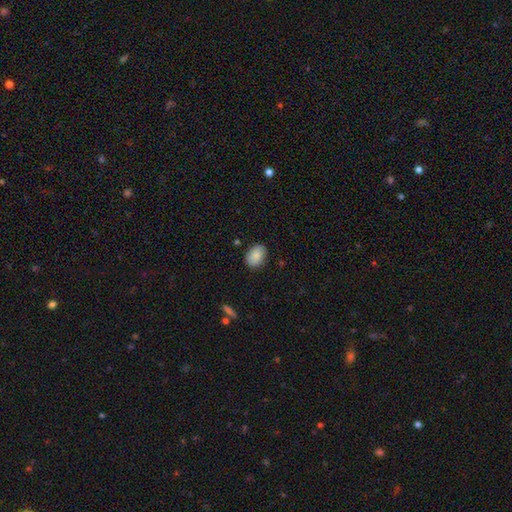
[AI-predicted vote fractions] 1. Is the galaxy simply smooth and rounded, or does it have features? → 86% smooth, 7% featured or disk, 7% star or artifact.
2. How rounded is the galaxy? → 76% in between, 23% round, 1% cigar-shaped.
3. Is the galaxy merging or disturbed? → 83% none, 13% minor disturbance, 3% major disturbance, 1% merger.